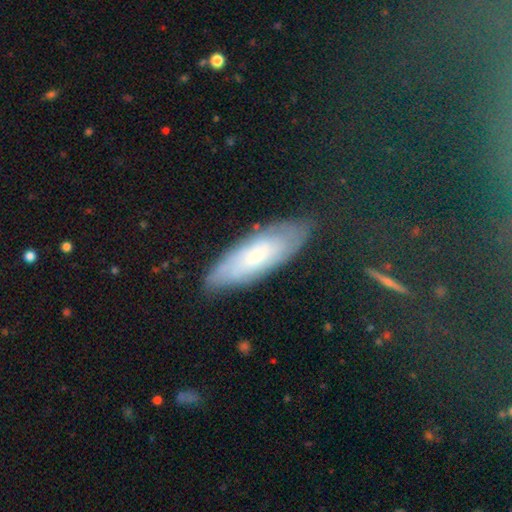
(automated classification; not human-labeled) Q: Smooth or featured?
A: smooth (47%); runner-up: featured or disk (45%)
Q: Merging?
A: none (75%); runner-up: minor disturbance (19%)